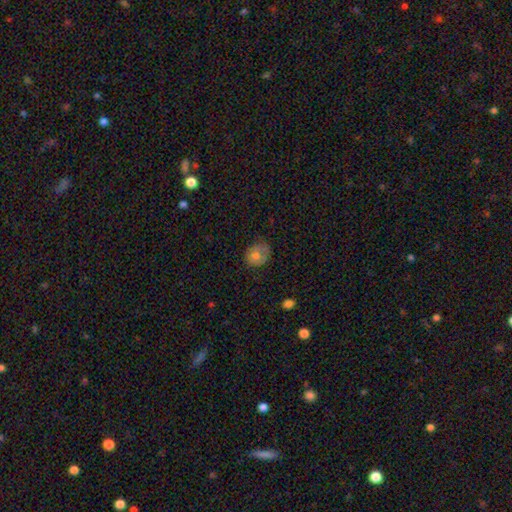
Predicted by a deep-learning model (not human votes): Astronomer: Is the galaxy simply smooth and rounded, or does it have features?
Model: smooth — 68%.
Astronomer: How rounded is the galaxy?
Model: round — 60% (runner-up: in between, 40%).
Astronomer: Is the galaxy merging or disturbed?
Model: none — 61%.